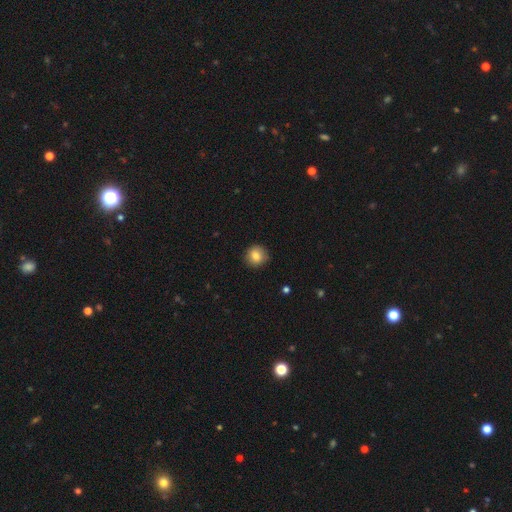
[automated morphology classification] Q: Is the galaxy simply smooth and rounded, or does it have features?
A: smooth — 82%.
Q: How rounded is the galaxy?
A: round — 91%.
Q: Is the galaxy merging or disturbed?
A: none — 87%.